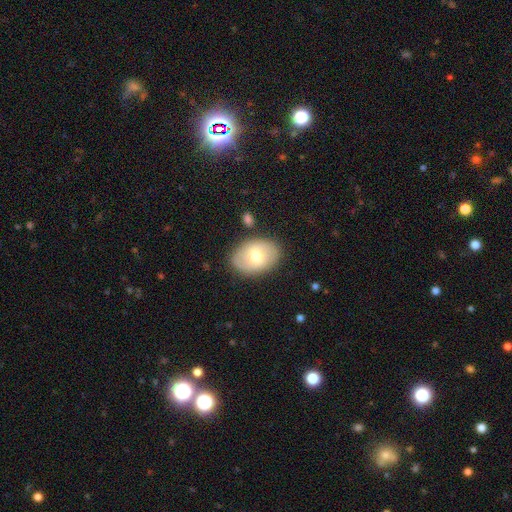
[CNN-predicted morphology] A smooth galaxy with no disk features (60%) that is in between round and cigar-shaped (79%). Merging: none (81%).